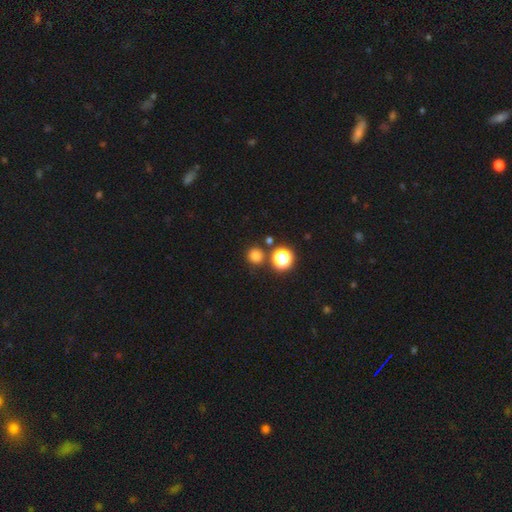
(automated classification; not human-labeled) The model was most divided on "smooth or featured": smooth: 75%, star or artifact: 20%, featured or disk: 5%. More confident: how rounded — round (93%); merging — none (84%).